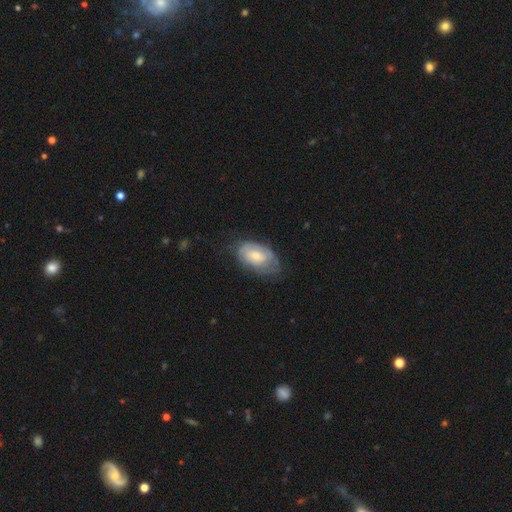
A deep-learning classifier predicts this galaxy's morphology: Q: Smooth or featured?
A: featured or disk (52%); runner-up: smooth (42%)
Q: Edge-on disk?
A: no (94%); runner-up: yes (6%)
Q: Merging?
A: none (58%); runner-up: minor disturbance (28%)